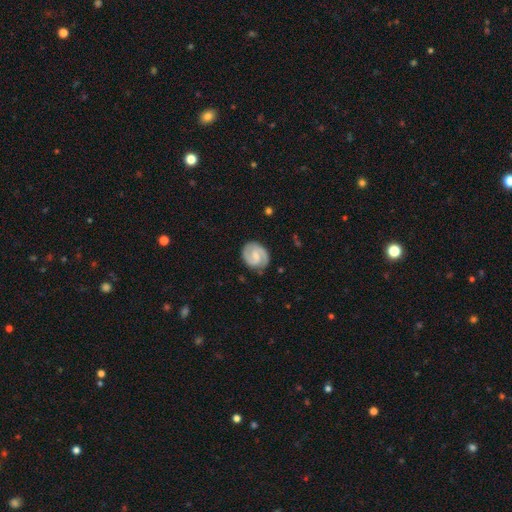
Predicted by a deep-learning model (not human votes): Smooth or featured: featured or disk — 84% (smooth — 12%)
Edge-on disk: no — 98% (yes — 2%)
Bar: weak — 54% (no — 32%)
Spiral arms: yes — 97% (no — 3%)
Spiral winding: medium — 46% (tight — 43%)
Spiral arm count: 2 — 91% (can't tell — 4%)
Bulge size: small — 51% (moderate — 34%)
Merging: none — 82% (minor disturbance — 14%)